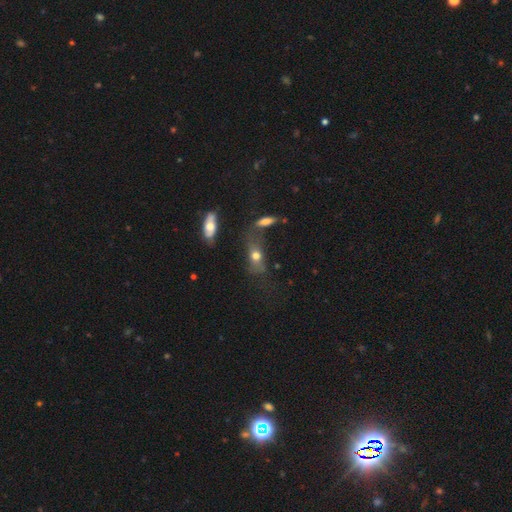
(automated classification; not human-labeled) smooth-or-featured: smooth: 61% | featured or disk: 27% | star or artifact: 12%
  how-rounded: in between: 70% | round: 15% | cigar-shaped: 14%
  merging: none: 41% | minor disturbance: 22% | major disturbance: 21% | merger: 17%